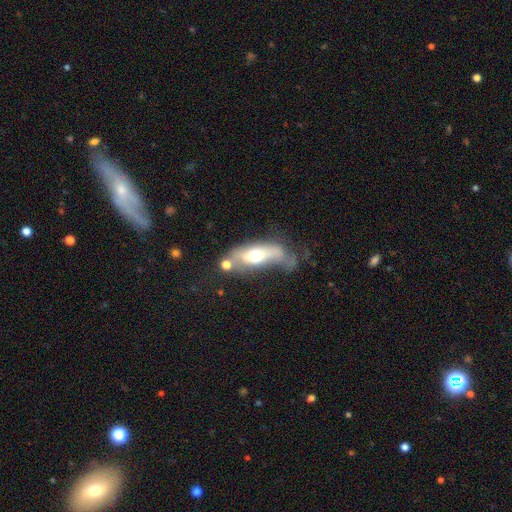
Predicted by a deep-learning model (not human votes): Smooth or featured: smooth — 51% (featured or disk — 42%)
How rounded: in between — 67% (cigar-shaped — 29%)
Merging: major disturbance — 29% (none — 26%)